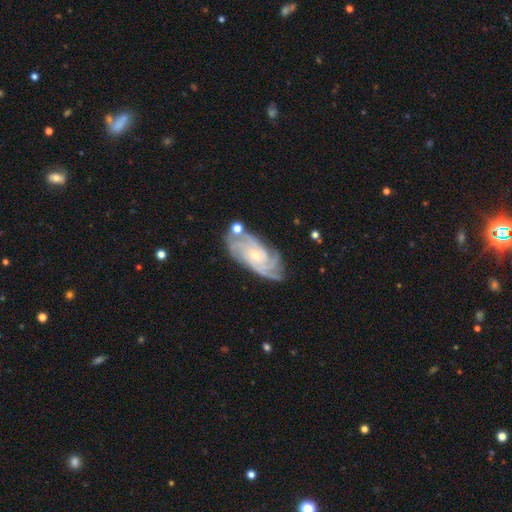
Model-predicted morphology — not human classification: smooth_or_featured: featured or disk (p=0.88) [alt: smooth p=0.07]
disk_edge_on: no (p=0.95) [alt: yes p=0.05]
bar: no (p=0.70) [alt: weak p=0.24]
has_spiral_arms: yes (p=0.98) [alt: no p=0.02]
spiral_winding: tight (p=0.66) [alt: medium p=0.29]
spiral_arm_count: 4 (p=0.39) [alt: 3 p=0.22]
bulge_size: small (p=0.69) [alt: moderate p=0.27]
merging: none (p=0.70) [alt: minor disturbance p=0.18]